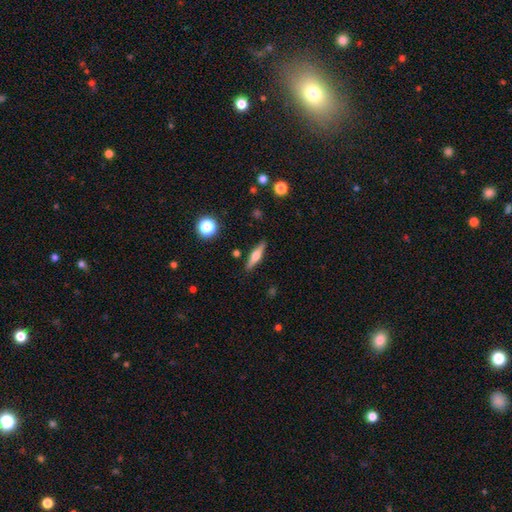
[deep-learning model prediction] Overall: featured or disk (50%; smooth 42%). Edge-on disk: yes (94%). Merging: none (89%).